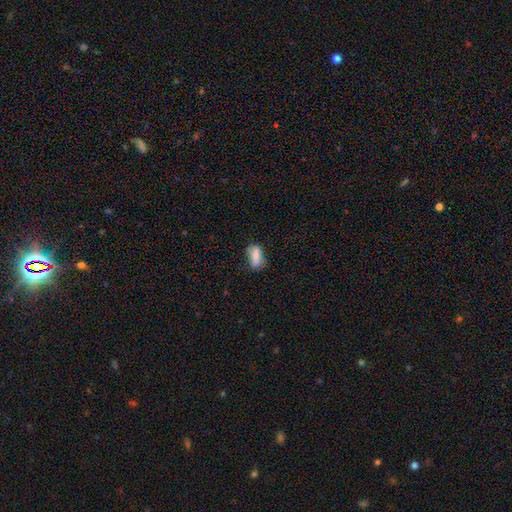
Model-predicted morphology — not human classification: Smooth or featured? smooth (80%)
How rounded? in between (76%)
Merging? none (61%)